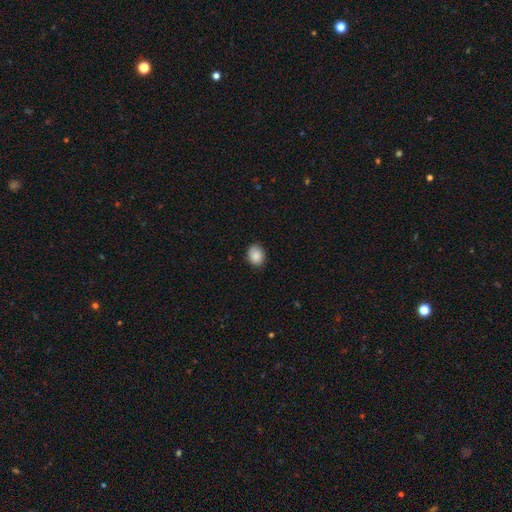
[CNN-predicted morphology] Smooth or featured?
  - smooth: 85% *
  - star or artifact: 8%
  - featured or disk: 7%
How rounded?
  - round: 50% *
  - in between: 49%
  - cigar-shaped: 1%
Merging?
  - none: 78% *
  - minor disturbance: 18%
  - major disturbance: 3%
  - merger: 1%